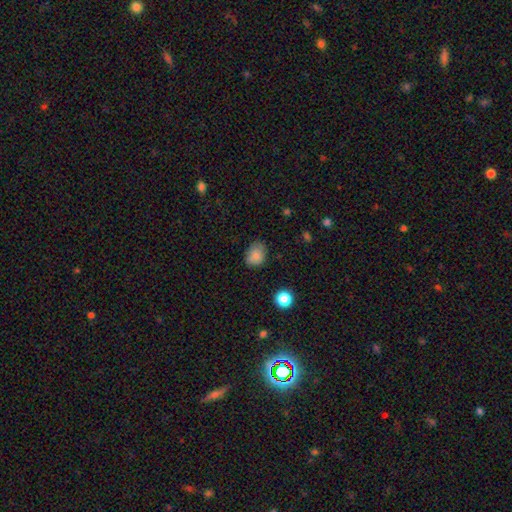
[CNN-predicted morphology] This appears to be a smooth galaxy with no disk features (85%) that is in between round and cigar-shaped (62%). Merging: none (71%).